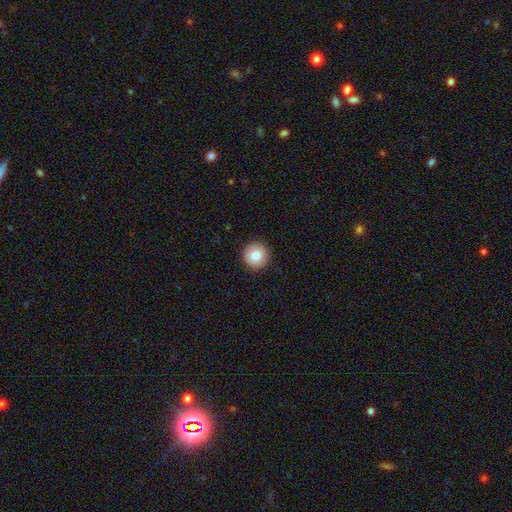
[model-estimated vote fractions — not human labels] smooth 81%, featured or disk 10%, star or artifact 9%. Down the decision tree: how rounded — round (96%); merging — none (93%).